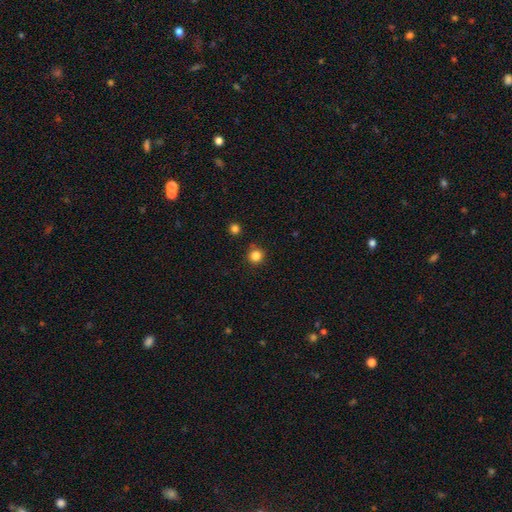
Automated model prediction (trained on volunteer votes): Smooth or featured? smooth (84%)
How rounded? round (95%)
Merging? none (87%)